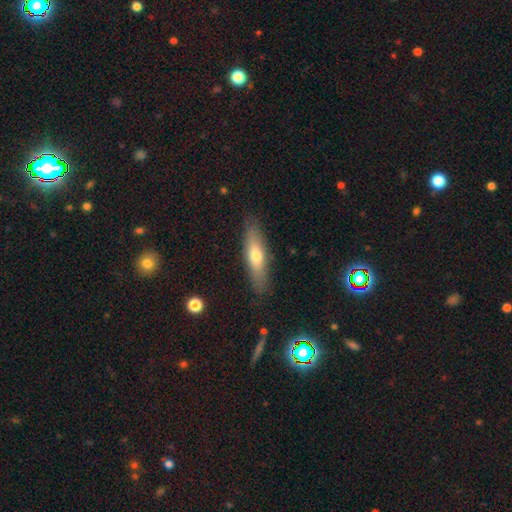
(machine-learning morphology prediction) Smooth or featured: smooth — 60% (featured or disk — 34%)
How rounded: cigar-shaped — 63% (in between — 35%)
Merging: none — 86% (minor disturbance — 10%)